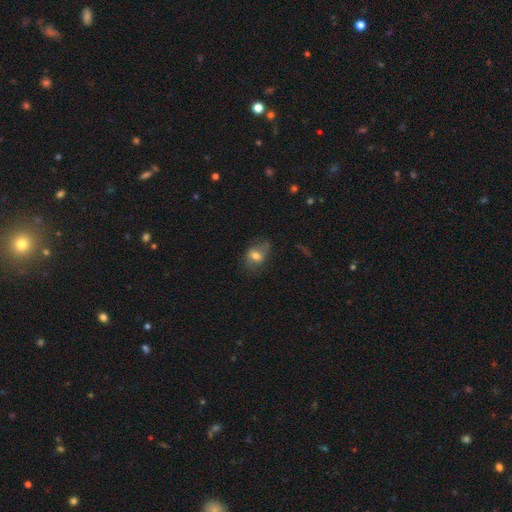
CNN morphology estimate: Smooth or featured: smooth — 58% (featured or disk — 32%)
How rounded: in between — 73% (round — 25%)
Merging: none — 60% (minor disturbance — 25%)